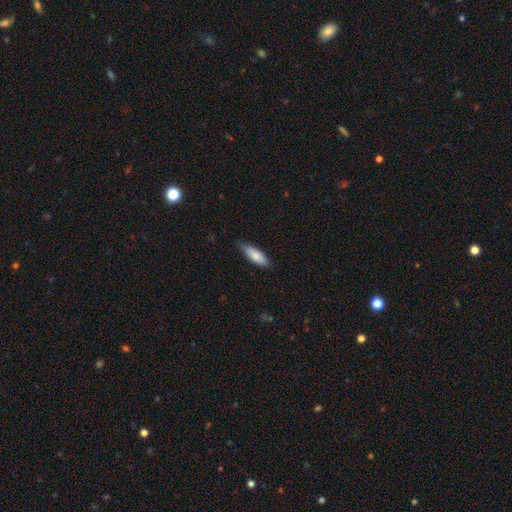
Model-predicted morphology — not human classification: smooth_or_featured: smooth (p=0.82) [alt: featured or disk p=0.12]
how_rounded: in between (p=0.60) [alt: cigar-shaped p=0.39]
merging: none (p=0.79) [alt: minor disturbance p=0.18]